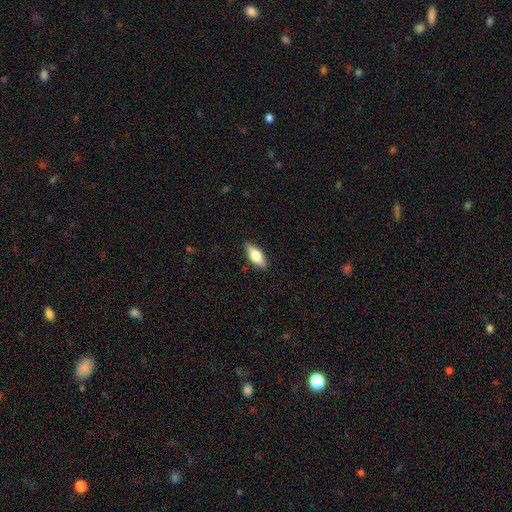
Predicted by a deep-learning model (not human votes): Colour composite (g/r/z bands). It shows a smooth galaxy with no disk features (63%) that is in between round and cigar-shaped (73%). Merging: none (87%).